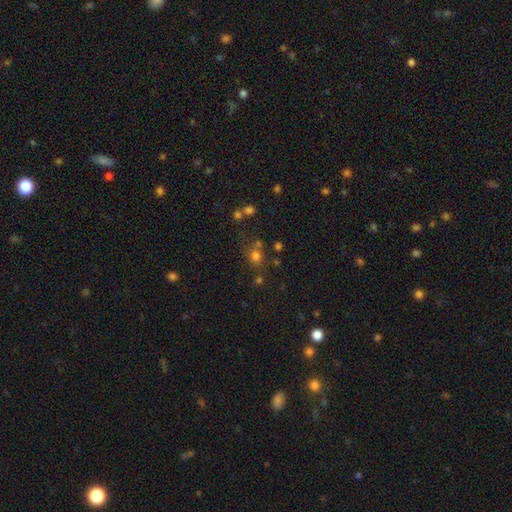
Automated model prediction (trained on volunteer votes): The model was most divided on "smooth or featured": smooth: 69%, star or artifact: 22%, featured or disk: 9%. More confident: how rounded — round (75%); merging — none (65%).